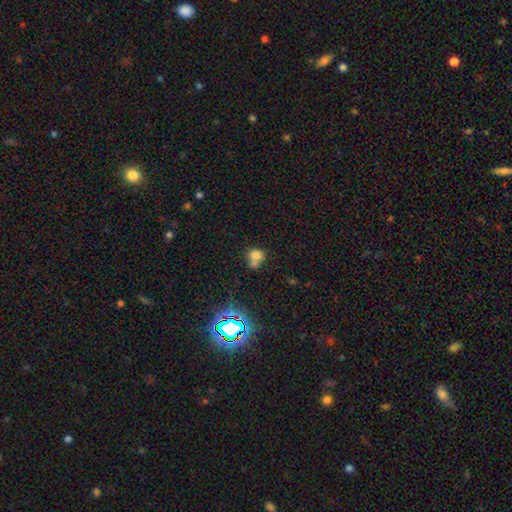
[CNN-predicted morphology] This appears to be a smooth galaxy with no disk features (71%) that is round (64%). Merging: merger (49%).